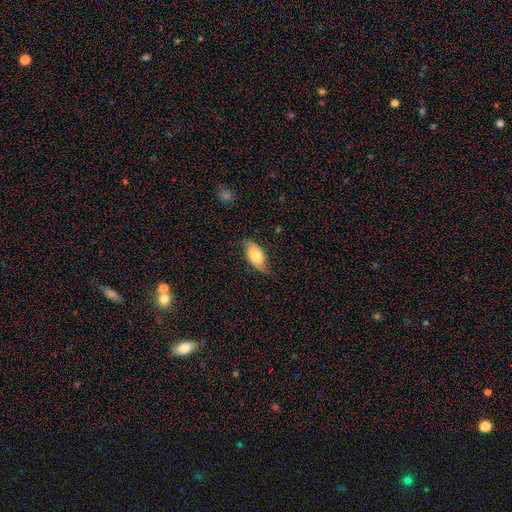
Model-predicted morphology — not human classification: type=smooth (63%); roundness=in between (92%); merging=none (68%).